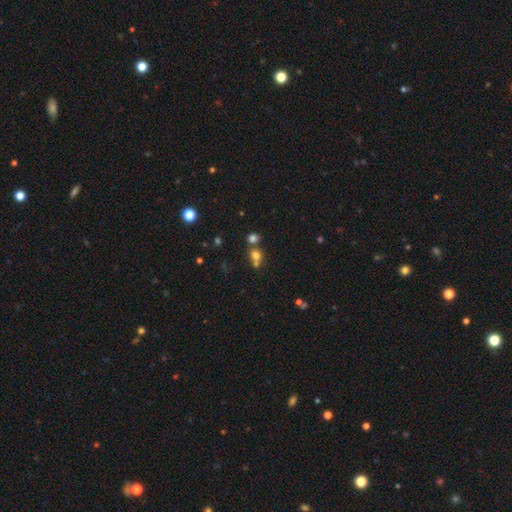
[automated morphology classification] A smooth galaxy with no disk features (71%) that is round (79%).

Vote fractions:
- Smooth or featured? smooth: 71% / star or artifact: 18% / featured or disk: 11%
- How rounded? round: 79% / in between: 20% / cigar-shaped: 1%
- Merging? none: 49% / merger: 40% / minor disturbance: 8% / major disturbance: 4%